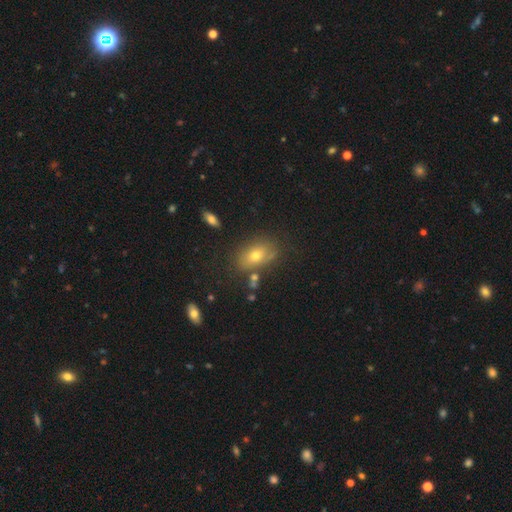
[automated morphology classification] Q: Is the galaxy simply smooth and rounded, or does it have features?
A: smooth — 63%.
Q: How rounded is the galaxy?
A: in between — 82%.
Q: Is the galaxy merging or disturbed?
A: none — 70%.